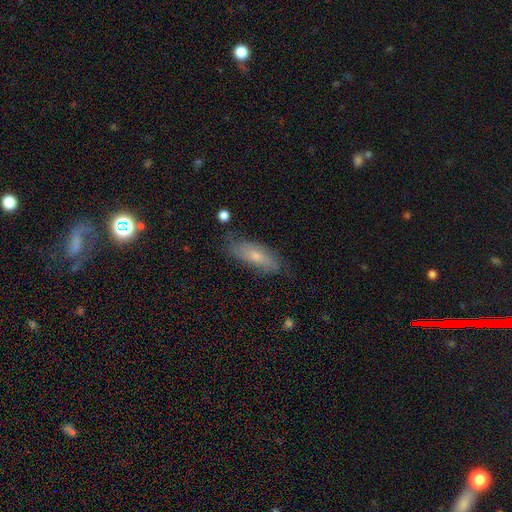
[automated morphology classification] This appears to be a smooth galaxy with no disk features (52%) that is in between round and cigar-shaped (64%). Merging: none (70%).